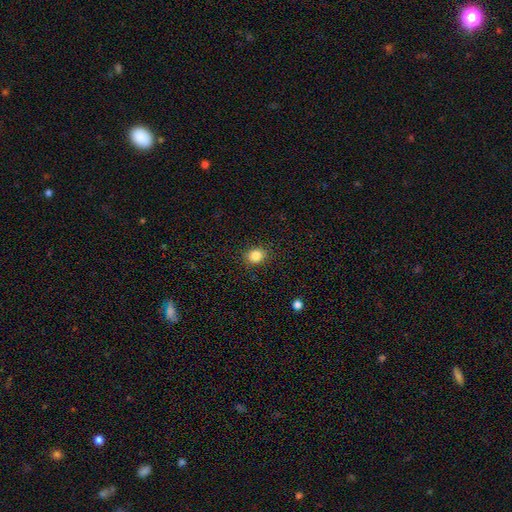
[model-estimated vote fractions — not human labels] Smooth or featured? Predicted: smooth (p=0.85). How rounded? Predicted: round (p=0.68). Merging? Predicted: none (p=0.89).